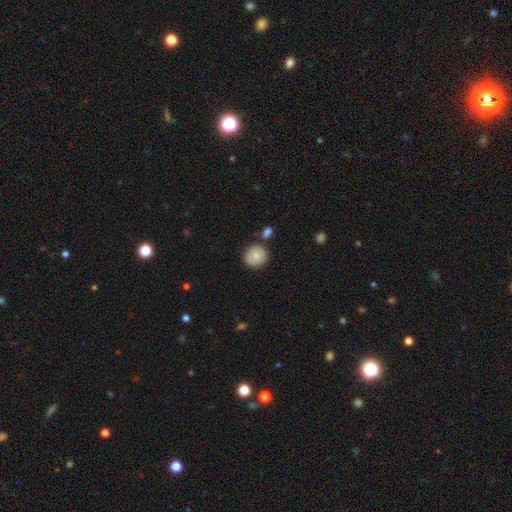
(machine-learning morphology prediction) smooth 80%, featured or disk 13%, star or artifact 7%. Down the decision tree: how rounded — round (89%); merging — none (78%).